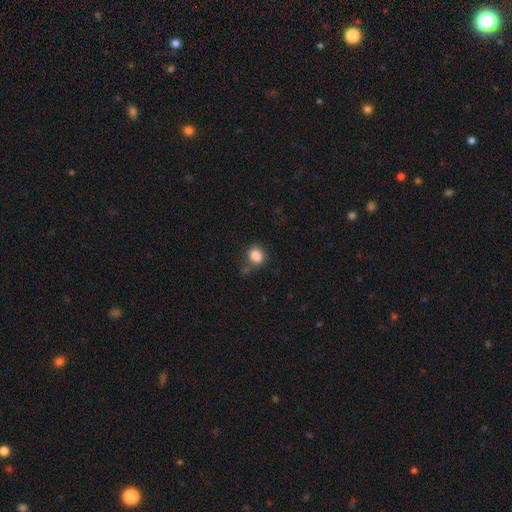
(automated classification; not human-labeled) Smooth or featured? smooth (86%)
How rounded? in between (52%)
Merging? none (64%)